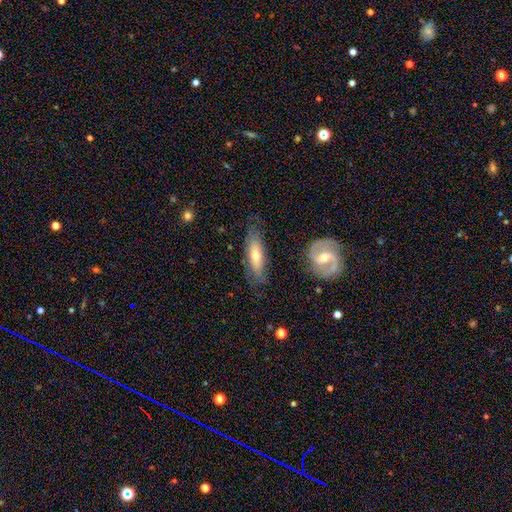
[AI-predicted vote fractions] Smooth or featured?
  - smooth: 47% *
  - featured or disk: 46%
  - star or artifact: 7%
Merging?
  - none: 73% *
  - minor disturbance: 19%
  - major disturbance: 5%
  - merger: 3%